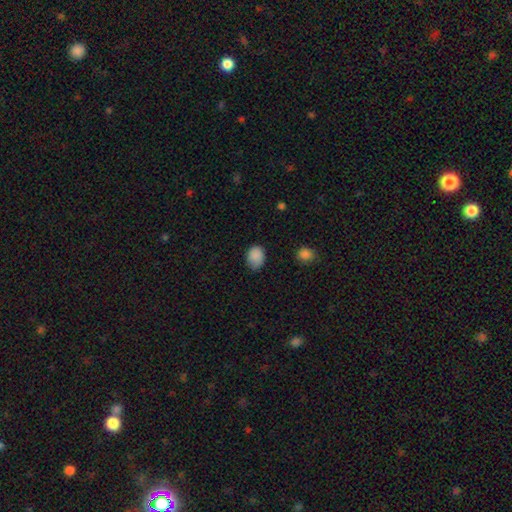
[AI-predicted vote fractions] The model was most divided on "how rounded": in between: 58%, round: 41%, cigar-shaped: 1%. More confident: smooth or featured — smooth (88%); merging — none (66%).